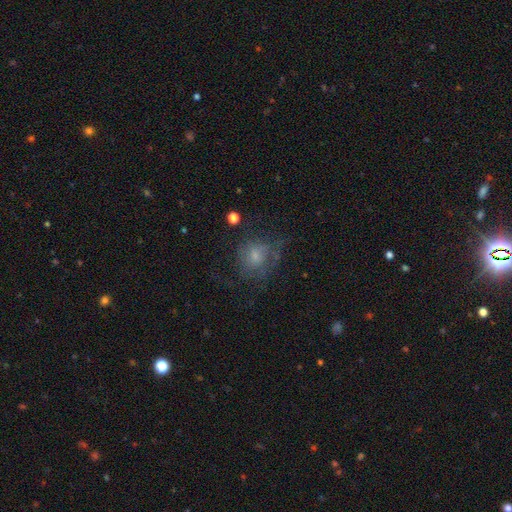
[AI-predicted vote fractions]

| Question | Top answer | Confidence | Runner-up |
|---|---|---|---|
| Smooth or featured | smooth | 49% | featured or disk (37%) |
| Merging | none | 49% | major disturbance (26%) |